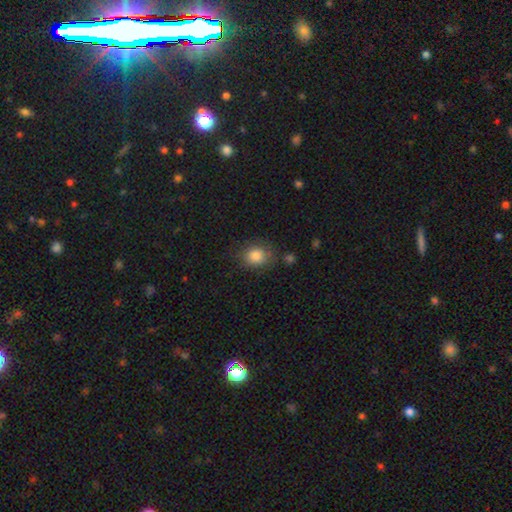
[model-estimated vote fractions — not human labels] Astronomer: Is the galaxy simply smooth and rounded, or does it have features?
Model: smooth — 83%.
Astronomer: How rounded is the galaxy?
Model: round — 65%.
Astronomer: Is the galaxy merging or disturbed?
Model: none — 74%.